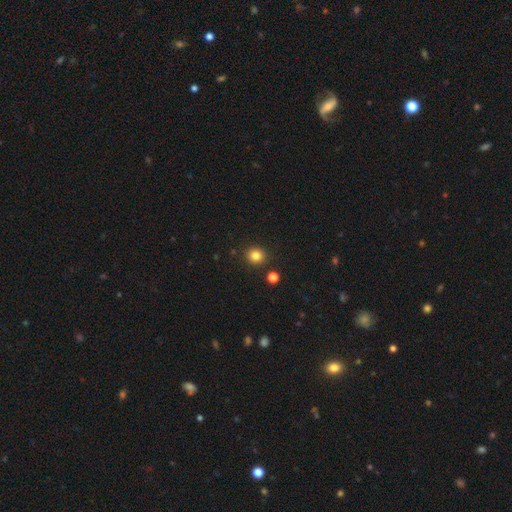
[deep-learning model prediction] Smooth or featured? smooth (83%)
How rounded? round (88%)
Merging? none (88%)